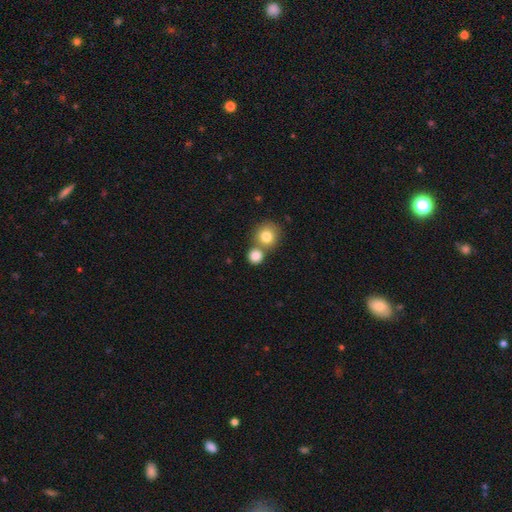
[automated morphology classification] smooth-or-featured: smooth: 83% | star or artifact: 10% | featured or disk: 7%
  how-rounded: round: 87% | in between: 12% | cigar-shaped: 1%
  merging: none: 53% | merger: 38% | minor disturbance: 7% | major disturbance: 3%